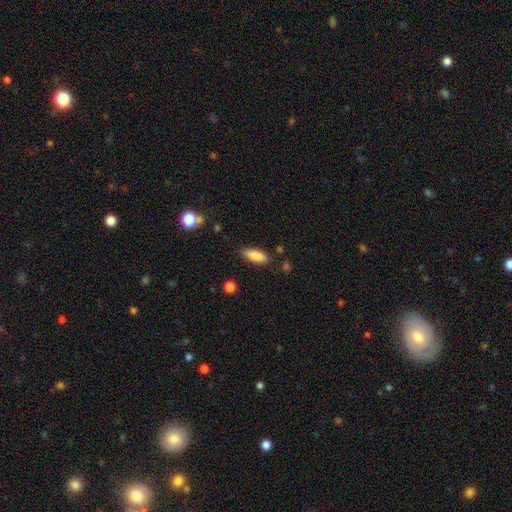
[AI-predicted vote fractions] smooth 87%, star or artifact 7%, featured or disk 6%. Down the decision tree: how rounded — in between (75%); merging — none (84%).